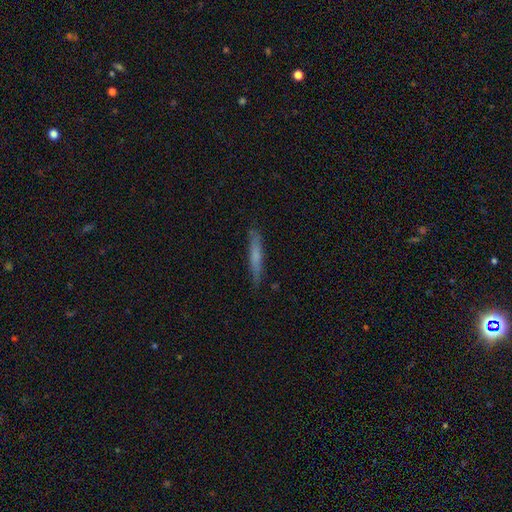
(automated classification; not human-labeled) Morphology: type=smooth (59%); roundness=cigar-shaped (94%); merging=none (85%).